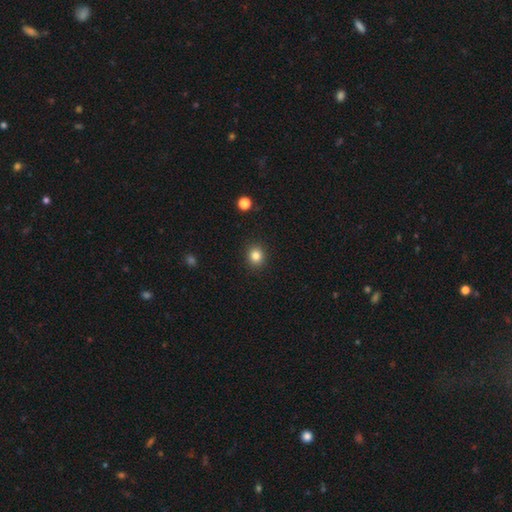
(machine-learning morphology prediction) This is clearly a smooth galaxy (83%). How rounded: clearly round (82%). Merging: clearly none (91%).